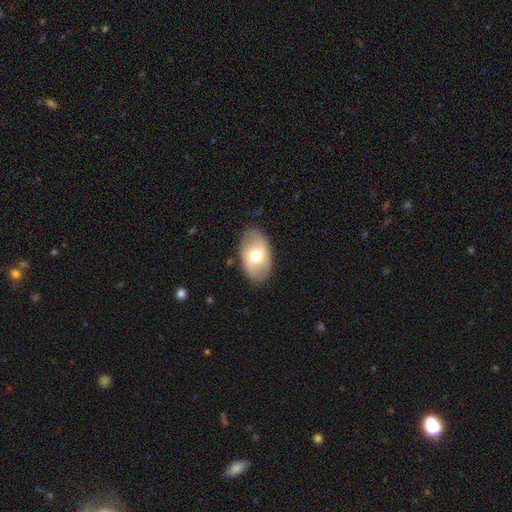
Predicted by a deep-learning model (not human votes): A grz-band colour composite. It shows a smooth galaxy with no disk features (61%) that is in between round and cigar-shaped (90%). Merging: none (84%).